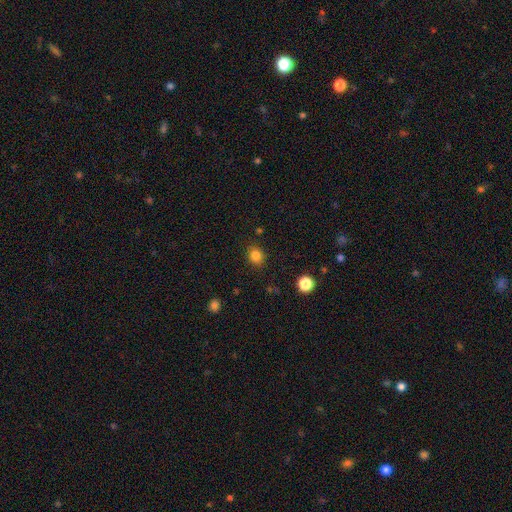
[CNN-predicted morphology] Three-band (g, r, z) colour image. It shows a smooth galaxy with no disk features (83%) that is round (64%). Merging: none (87%).